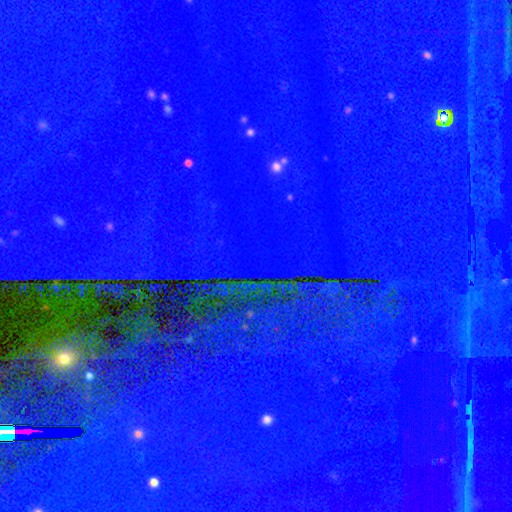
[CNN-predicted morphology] This appears to be a star or artifact, not a galaxy (90%).